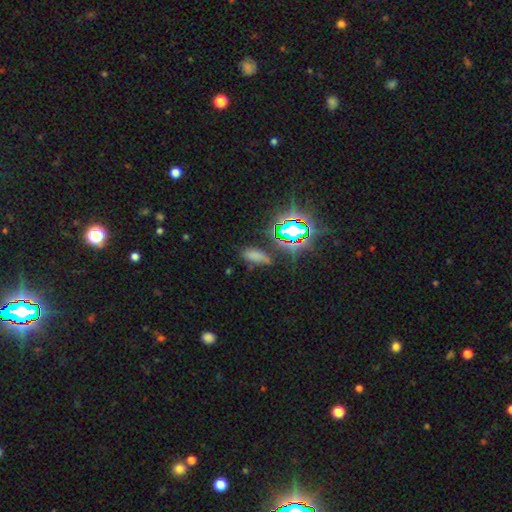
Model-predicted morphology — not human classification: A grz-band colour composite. It shows a smooth galaxy with no disk features (60%) that is in between round and cigar-shaped (72%). Merging: none (65%).